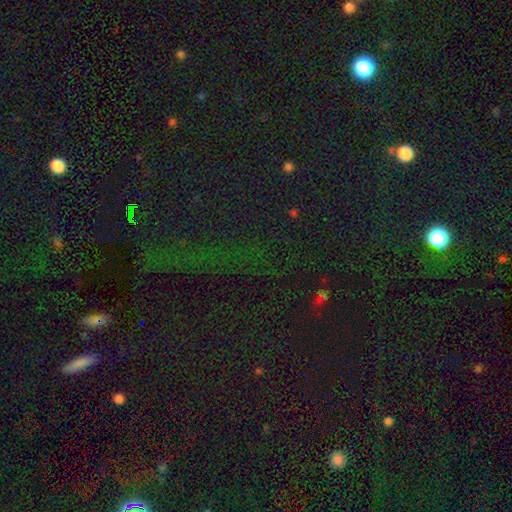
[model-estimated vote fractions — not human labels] Smooth or featured? Predicted: star or artifact (p=0.78).